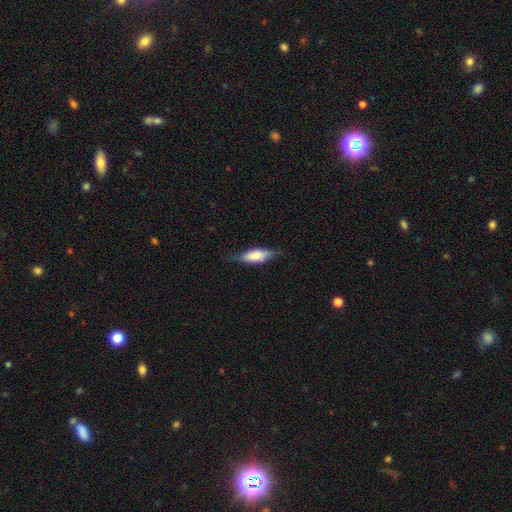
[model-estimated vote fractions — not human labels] This appears to be a smooth galaxy with no disk features (69%) that is in between round and cigar-shaped (61%). Merging: none (70%).